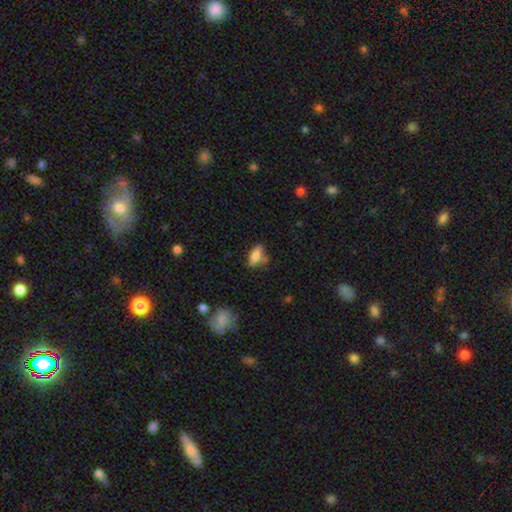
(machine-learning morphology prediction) smooth-or-featured: smooth: 80% | featured or disk: 12% | star or artifact: 8%
  how-rounded: in between: 79% | cigar-shaped: 17% | round: 3%
  merging: none: 61% | minor disturbance: 23% | merger: 10% | major disturbance: 6%